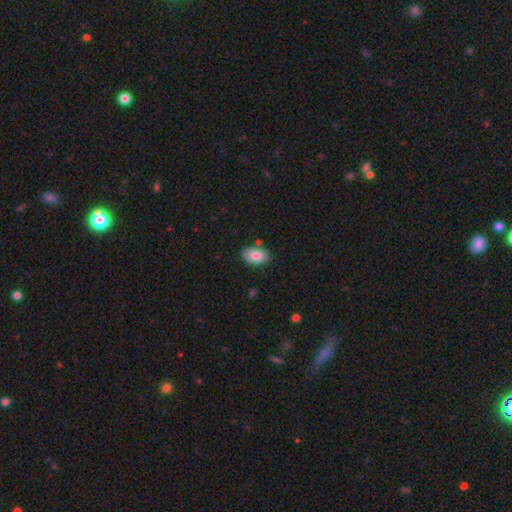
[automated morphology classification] Q: Smooth or featured?
A: smooth (82%); runner-up: featured or disk (11%)
Q: How rounded?
A: in between (89%); runner-up: round (10%)
Q: Merging?
A: none (82%); runner-up: minor disturbance (12%)